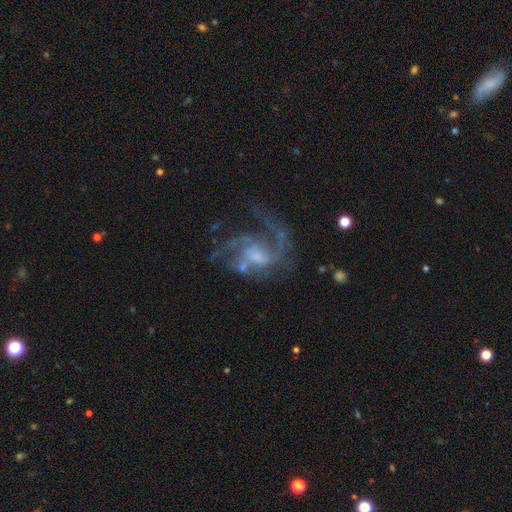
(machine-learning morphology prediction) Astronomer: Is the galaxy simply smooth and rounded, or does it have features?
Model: featured or disk — 86%.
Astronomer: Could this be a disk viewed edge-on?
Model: no — 98%.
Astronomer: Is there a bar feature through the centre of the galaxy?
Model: no — 50% (runner-up: weak, 40%).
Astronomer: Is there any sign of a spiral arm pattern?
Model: yes — 94%.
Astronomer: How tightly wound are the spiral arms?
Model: medium — 51% (runner-up: loose, 32%).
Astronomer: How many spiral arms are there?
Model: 2 — 34% (runner-up: 3, 25%).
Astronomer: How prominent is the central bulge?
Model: small — 37% (runner-up: moderate, 32%).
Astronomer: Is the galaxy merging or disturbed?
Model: none — 48% (runner-up: major disturbance, 31%).